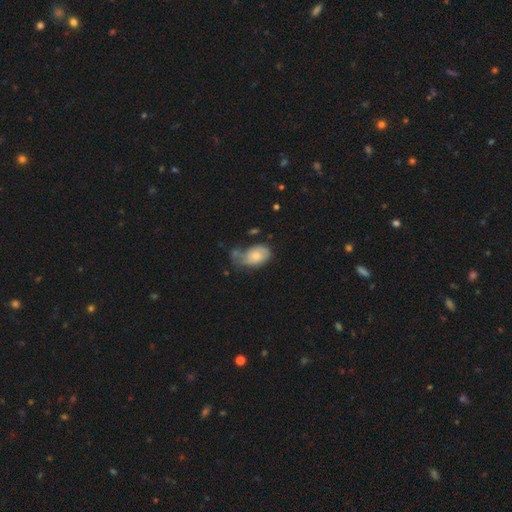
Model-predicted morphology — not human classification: Smooth or featured? smooth (60%)
How rounded? in between (85%)
Merging? minor disturbance (33%)